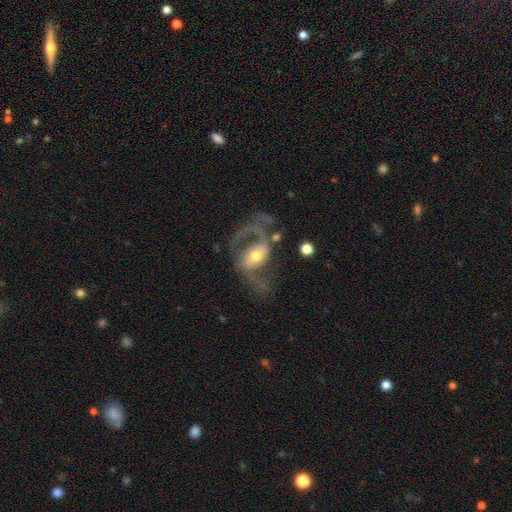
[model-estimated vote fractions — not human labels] Q: Smooth or featured?
A: featured or disk (84%); runner-up: smooth (11%)
Q: Edge-on disk?
A: no (97%); runner-up: yes (3%)
Q: Bar?
A: no (40%); runner-up: weak (38%)
Q: Spiral arms?
A: yes (90%); runner-up: no (10%)
Q: Spiral winding?
A: loose (48%); runner-up: medium (43%)
Q: Spiral arm count?
A: 2 (86%); runner-up: 1 (7%)
Q: Bulge size?
A: moderate (68%); runner-up: small (18%)
Q: Merging?
A: none (50%); runner-up: major disturbance (27%)